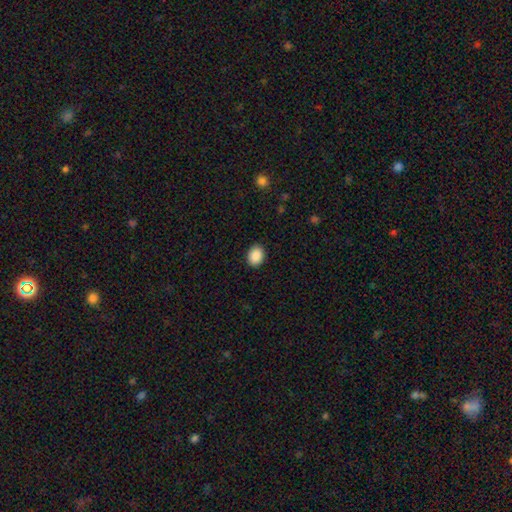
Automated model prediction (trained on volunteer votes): smooth-or-featured: smooth: 90% | star or artifact: 8% | featured or disk: 3%
  how-rounded: in between: 64% | round: 35% | cigar-shaped: 1%
  merging: none: 90% | minor disturbance: 8% | major disturbance: 2% | merger: 1%